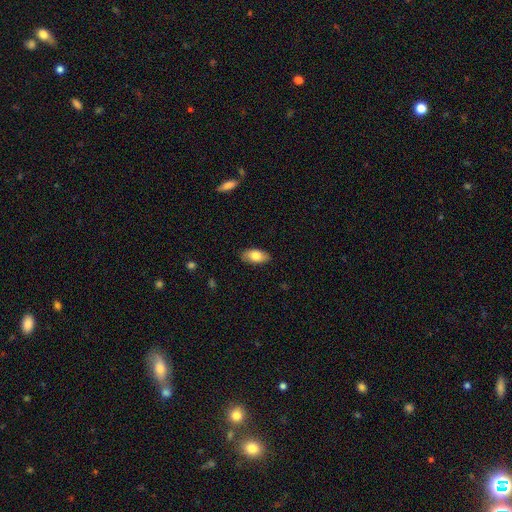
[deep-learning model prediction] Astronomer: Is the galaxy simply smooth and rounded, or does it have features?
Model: smooth — 80%.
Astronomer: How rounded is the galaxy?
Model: in between — 92%.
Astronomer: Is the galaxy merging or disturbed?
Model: none — 86%.